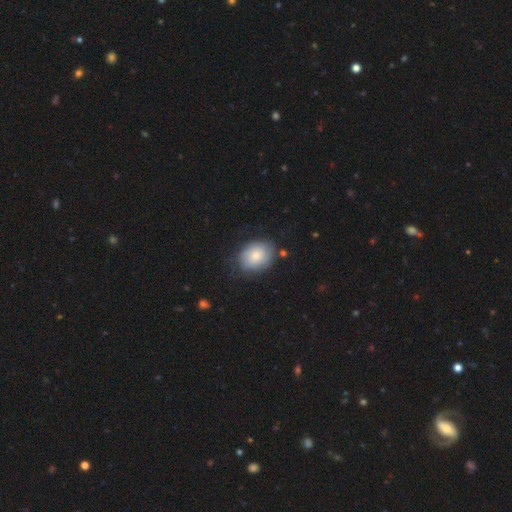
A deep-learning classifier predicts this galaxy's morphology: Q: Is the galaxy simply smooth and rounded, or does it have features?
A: smooth — 75%.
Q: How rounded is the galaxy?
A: in between — 56%.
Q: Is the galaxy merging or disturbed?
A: none — 72%.